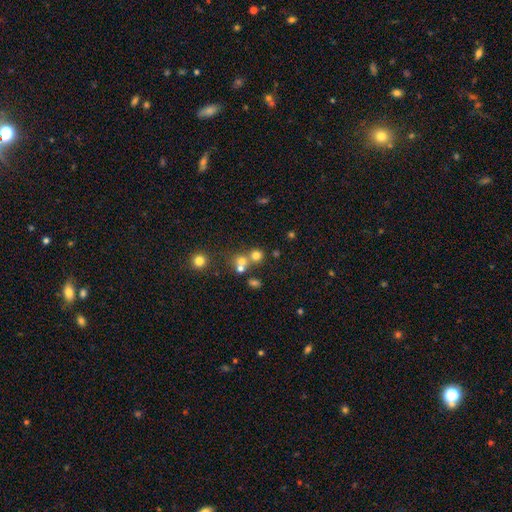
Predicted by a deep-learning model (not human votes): Smooth or featured?
  - smooth: 68% *
  - star or artifact: 19%
  - featured or disk: 12%
How rounded?
  - round: 87% *
  - in between: 12%
  - cigar-shaped: 1%
Merging?
  - none: 51% *
  - merger: 39%
  - minor disturbance: 7%
  - major disturbance: 4%